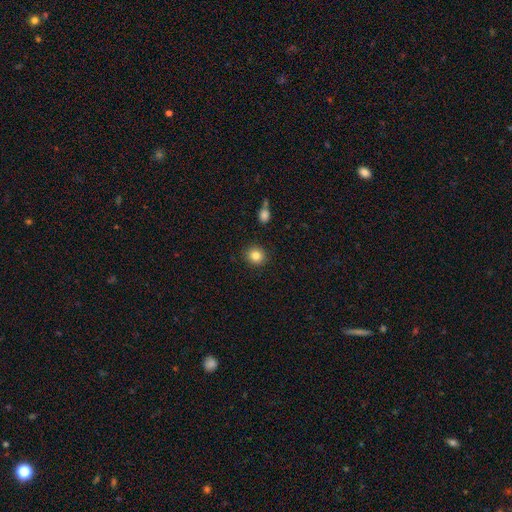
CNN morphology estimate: Smooth or featured?
  - smooth: 84% *
  - star or artifact: 10%
  - featured or disk: 6%
How rounded?
  - round: 87% *
  - in between: 12%
  - cigar-shaped: 1%
Merging?
  - none: 90% *
  - minor disturbance: 7%
  - major disturbance: 2%
  - merger: 2%